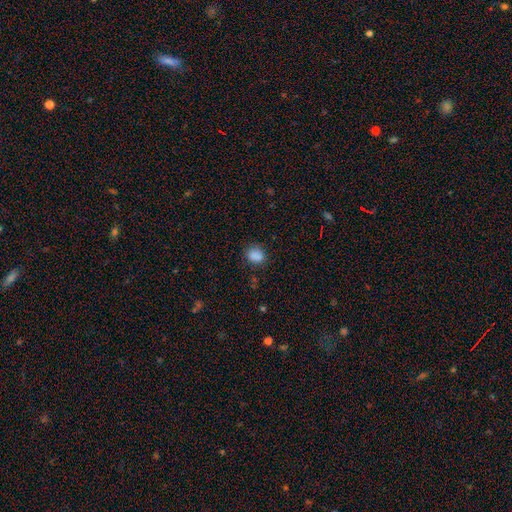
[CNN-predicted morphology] Smooth or featured: smooth — 84% (star or artifact — 11%)
How rounded: round — 52% (in between — 47%)
Merging: none — 73% (minor disturbance — 19%)